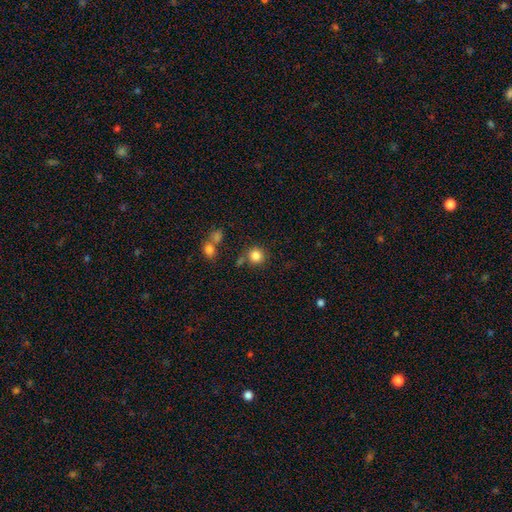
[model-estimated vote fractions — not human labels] Smooth or featured? Predicted: smooth (p=0.84). How rounded? Predicted: round (p=0.93). Merging? Predicted: none (p=0.79).